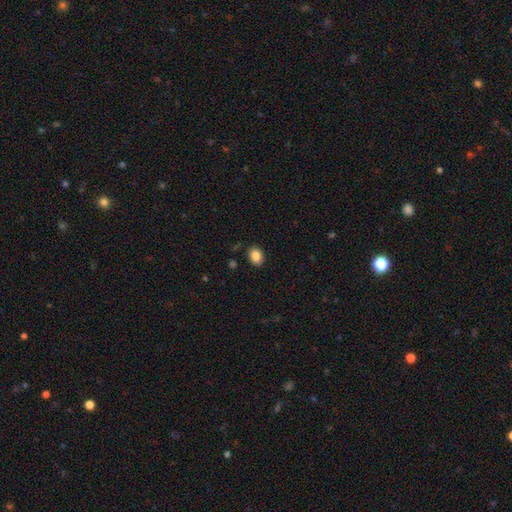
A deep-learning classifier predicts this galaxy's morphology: Smooth or featured: smooth — 87% (star or artifact — 8%)
How rounded: in between — 69% (round — 30%)
Merging: none — 86% (minor disturbance — 10%)